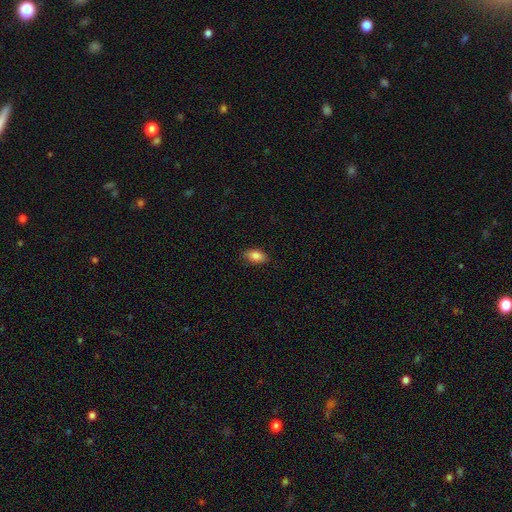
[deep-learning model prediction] smooth-or-featured: smooth: 86% | star or artifact: 8% | featured or disk: 7%
  how-rounded: in between: 91% | round: 5% | cigar-shaped: 4%
  merging: none: 86% | minor disturbance: 11% | major disturbance: 2% | merger: 1%